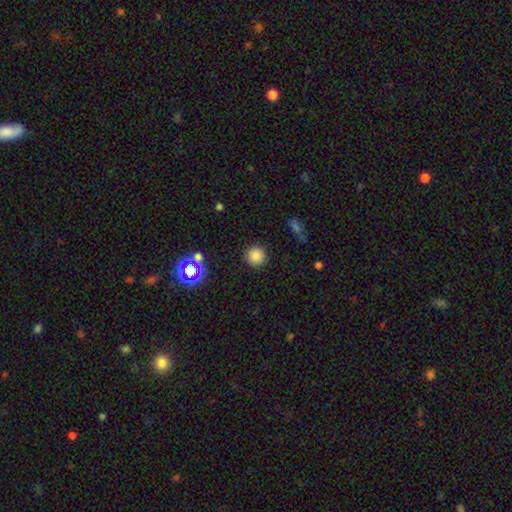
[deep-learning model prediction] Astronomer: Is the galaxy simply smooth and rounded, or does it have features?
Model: smooth — 81%.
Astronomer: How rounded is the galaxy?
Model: round — 95%.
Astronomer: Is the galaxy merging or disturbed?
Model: none — 90%.